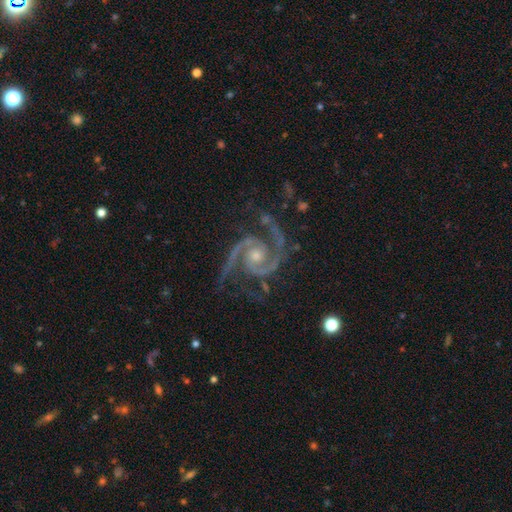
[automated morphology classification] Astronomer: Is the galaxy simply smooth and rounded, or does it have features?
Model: featured or disk — 94%.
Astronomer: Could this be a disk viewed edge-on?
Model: no — 98%.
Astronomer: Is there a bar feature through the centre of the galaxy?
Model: no — 58%.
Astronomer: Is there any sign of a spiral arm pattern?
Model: yes — 99%.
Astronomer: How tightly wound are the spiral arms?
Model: medium — 63%.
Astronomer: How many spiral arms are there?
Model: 2 — 90%.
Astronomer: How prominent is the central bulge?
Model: small — 46%, tied with moderate at 46%.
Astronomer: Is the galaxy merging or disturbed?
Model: none — 74%.